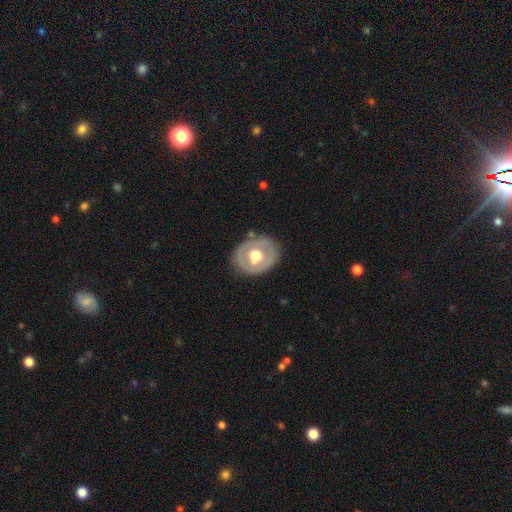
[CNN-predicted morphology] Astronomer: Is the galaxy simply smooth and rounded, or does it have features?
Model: featured or disk — 51% (runner-up: smooth, 43%).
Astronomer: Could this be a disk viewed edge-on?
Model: no — 93%.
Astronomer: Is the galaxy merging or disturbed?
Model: none — 80%.